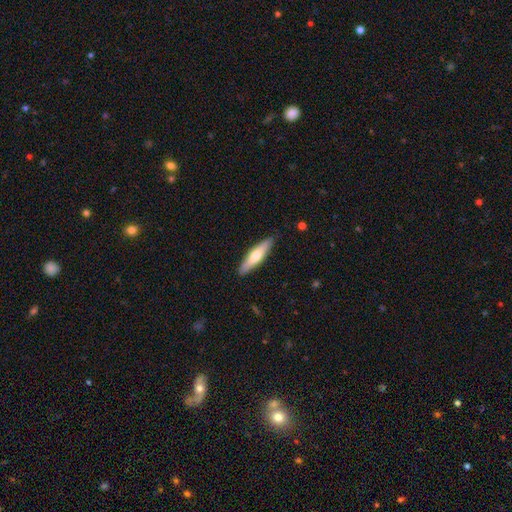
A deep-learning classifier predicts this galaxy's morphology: A smooth galaxy with no disk features (58%) that is cigar-shaped (76%). Merging: none (88%).